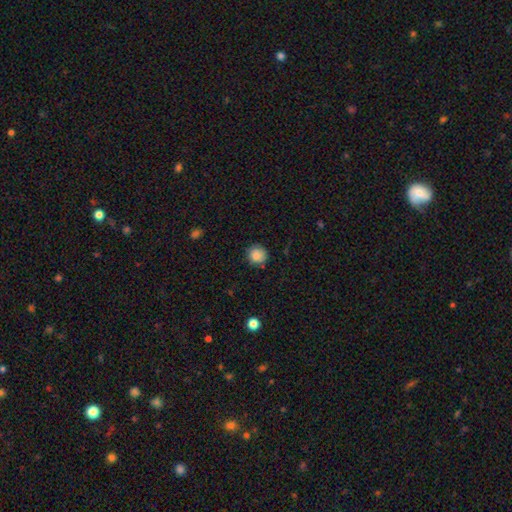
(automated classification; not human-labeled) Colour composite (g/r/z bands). It shows a smooth galaxy with no disk features (85%) that is round (91%). Merging: none (82%).